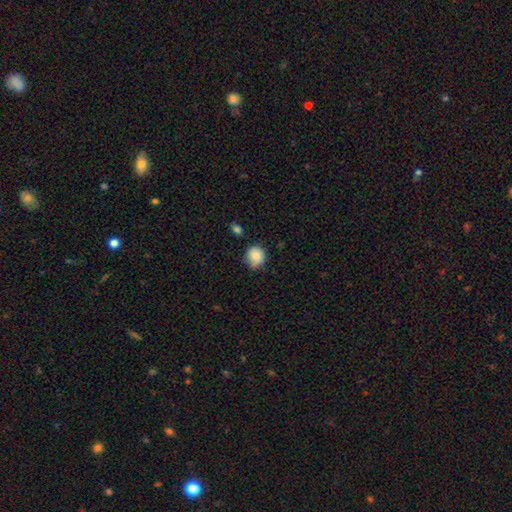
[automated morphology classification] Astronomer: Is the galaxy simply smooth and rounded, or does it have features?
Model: smooth — 85%.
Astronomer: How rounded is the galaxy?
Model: round — 84%.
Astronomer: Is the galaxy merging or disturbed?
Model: none — 69%.